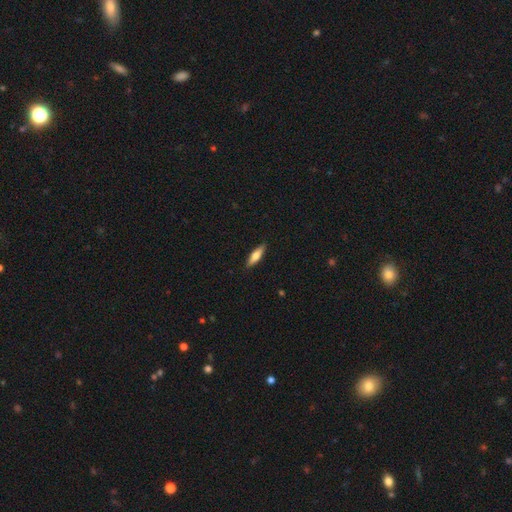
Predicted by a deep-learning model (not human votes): Overall: smooth (65%; featured or disk 29%). How rounded: cigar-shaped (60%; in between 38%). Merging: none (89%).